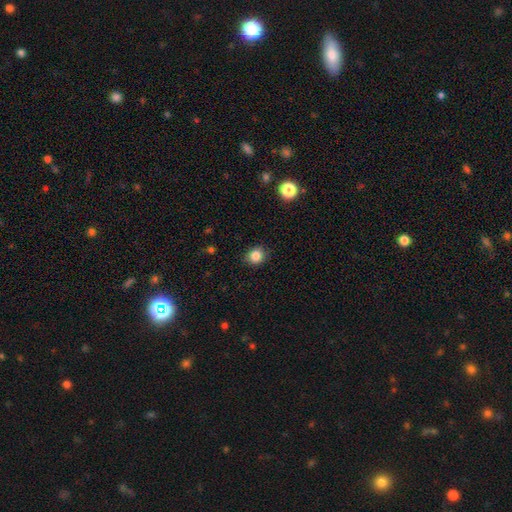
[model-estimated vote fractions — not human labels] A smooth galaxy with no disk features (84%) that is round (77%).

Vote fractions:
- Smooth or featured? smooth: 84% / star or artifact: 11% / featured or disk: 5%
- How rounded? round: 77% / in between: 22% / cigar-shaped: 1%
- Merging? none: 87% / minor disturbance: 10% / major disturbance: 2% / merger: 1%